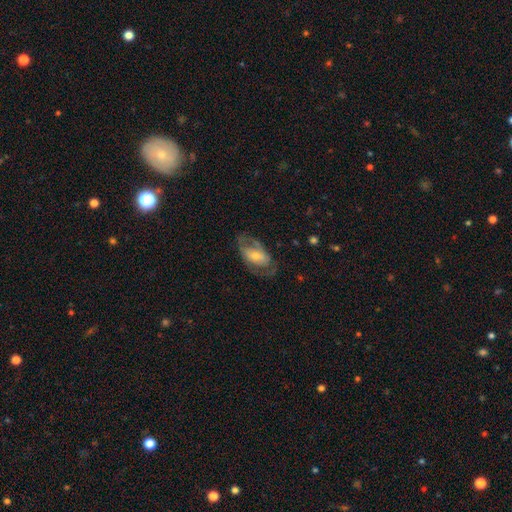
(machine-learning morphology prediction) This is likely a featured or disk galaxy (63%). It is clearly not viewed edge-on (92%). Bar: possibly no (47%). Spiral arm pattern: possibly yes (59%). Central bulge: possibly moderate (46%). Merging: likely none (62%).